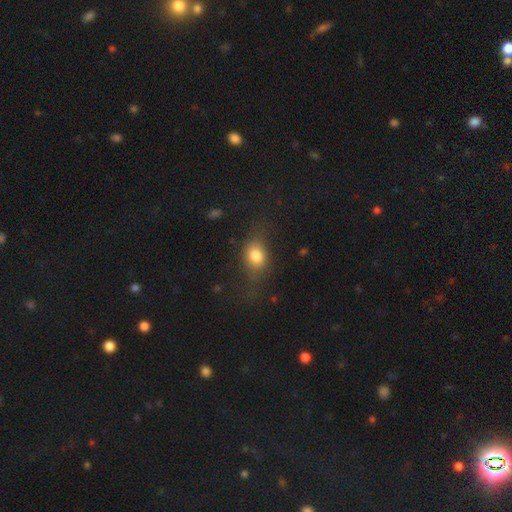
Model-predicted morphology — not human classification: The model was most divided on "how rounded": in between: 60%, round: 38%, cigar-shaped: 2%. More confident: smooth or featured — smooth (77%); merging — none (57%).